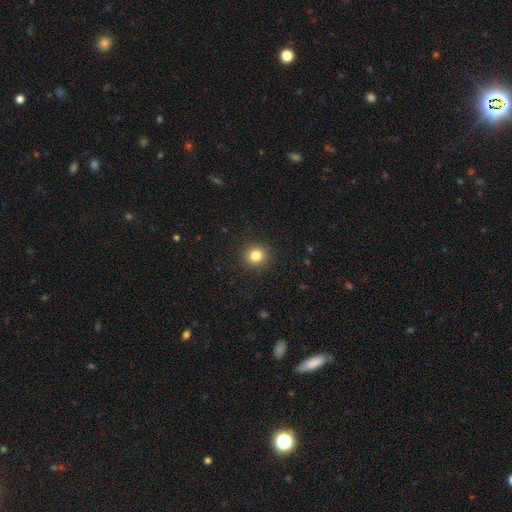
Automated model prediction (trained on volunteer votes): Q: Smooth or featured?
A: smooth (83%); runner-up: star or artifact (12%)
Q: How rounded?
A: round (89%); runner-up: in between (10%)
Q: Merging?
A: none (92%); runner-up: minor disturbance (5%)